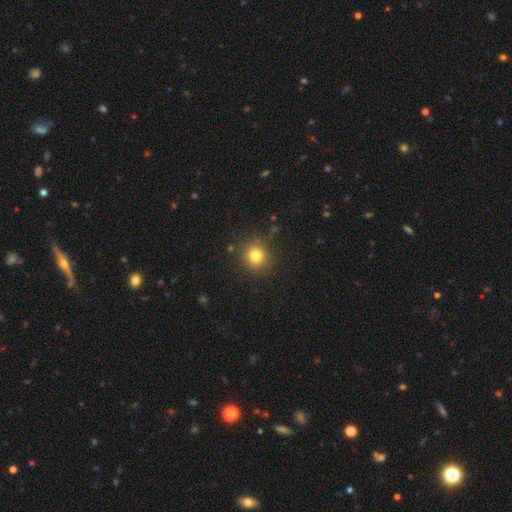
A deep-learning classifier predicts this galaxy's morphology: Smooth or featured: smooth — 80% (star or artifact — 13%)
How rounded: round — 93% (in between — 6%)
Merging: none — 88% (minor disturbance — 8%)